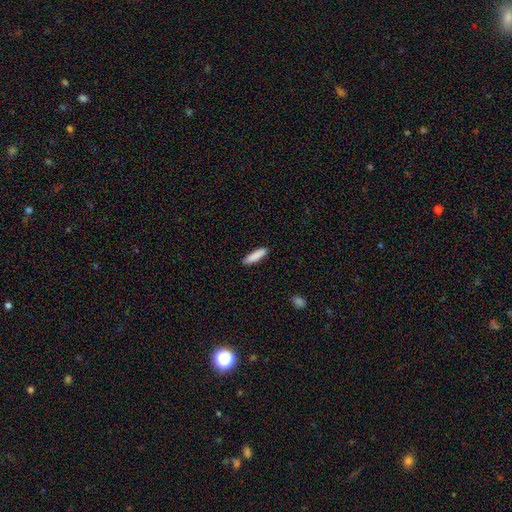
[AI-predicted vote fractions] smooth-or-featured: smooth: 88% | featured or disk: 6% | star or artifact: 6%
  how-rounded: cigar-shaped: 73% | in between: 25% | round: 1%
  merging: none: 89% | minor disturbance: 8% | major disturbance: 2% | merger: 1%